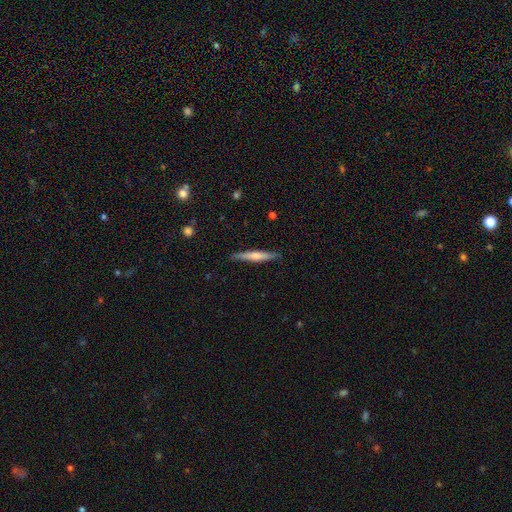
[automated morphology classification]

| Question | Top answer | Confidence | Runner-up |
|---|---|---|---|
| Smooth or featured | smooth | 51% | featured or disk (43%) |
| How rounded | cigar-shaped | 93% | in between (5%) |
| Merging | none | 87% | minor disturbance (10%) |